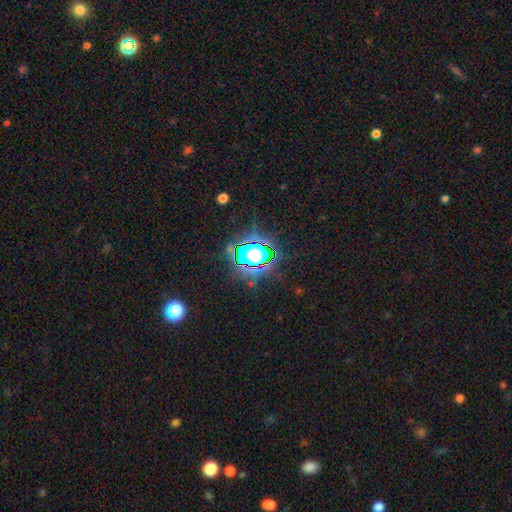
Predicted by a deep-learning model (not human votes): This appears to be a star or artifact, not a galaxy (81%).